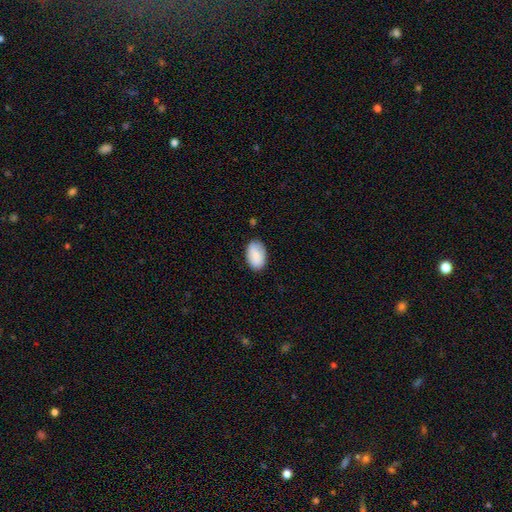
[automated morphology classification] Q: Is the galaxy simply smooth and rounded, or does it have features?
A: smooth — 85%.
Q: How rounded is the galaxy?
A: in between — 92%.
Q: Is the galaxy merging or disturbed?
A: none — 82%.